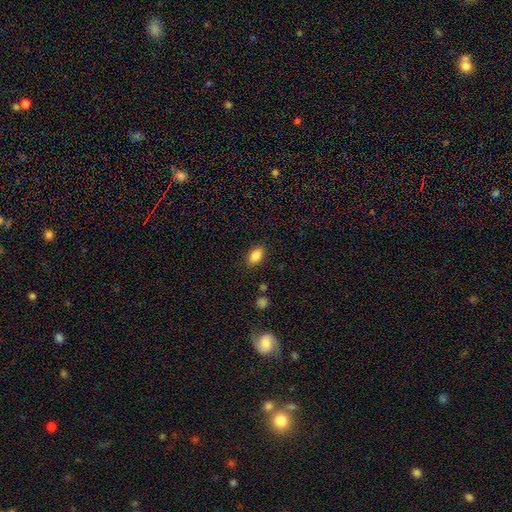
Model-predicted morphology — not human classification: This is clearly a smooth galaxy (86%). How rounded: clearly in between (87%). Merging: clearly none (86%).